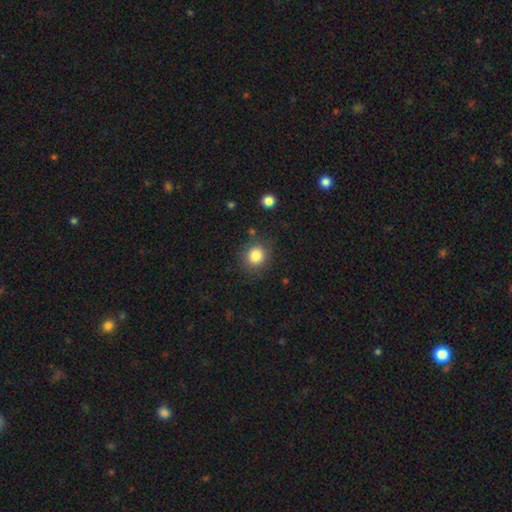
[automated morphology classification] type=smooth (84%); roundness=round (82%); merging=none (82%).